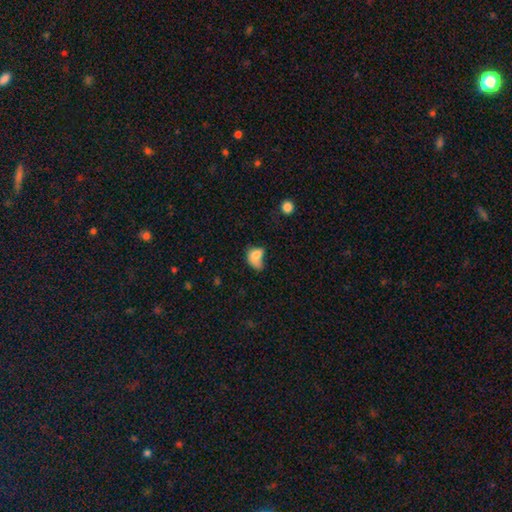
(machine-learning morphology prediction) A smooth galaxy with no disk features (74%) that is in between round and cigar-shaped (76%).

Vote fractions:
- Smooth or featured? smooth: 74% / featured or disk: 16% / star or artifact: 10%
- How rounded? in between: 76% / round: 23% / cigar-shaped: 2%
- Merging? major disturbance: 37% / minor disturbance: 28% / none: 22% / merger: 13%